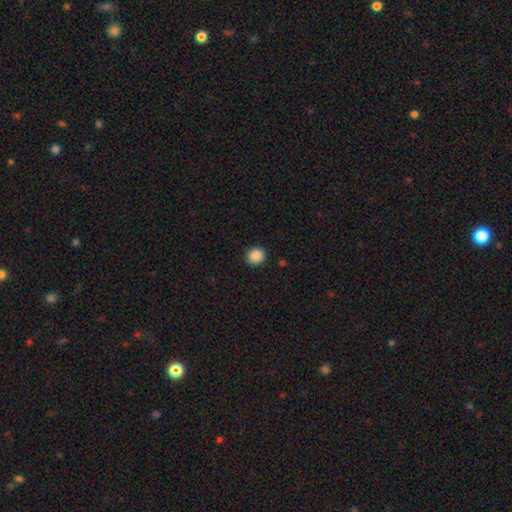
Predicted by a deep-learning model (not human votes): smooth-or-featured: smooth: 88% | star or artifact: 9% | featured or disk: 3%
  how-rounded: round: 84% | in between: 15% | cigar-shaped: 1%
  merging: none: 91% | minor disturbance: 6% | major disturbance: 2% | merger: 1%